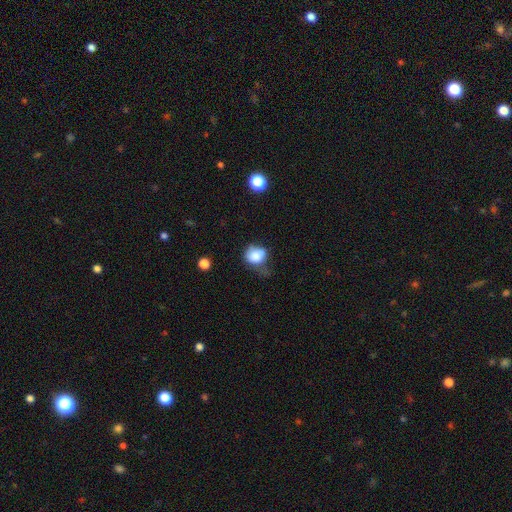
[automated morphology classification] A smooth galaxy with no disk features (78%) that is round (66%).

Vote fractions:
- Smooth or featured? smooth: 78% / featured or disk: 12% / star or artifact: 10%
- How rounded? round: 66% / in between: 33% / cigar-shaped: 1%
- Merging? minor disturbance: 37% / none: 35% / major disturbance: 21% / merger: 7%